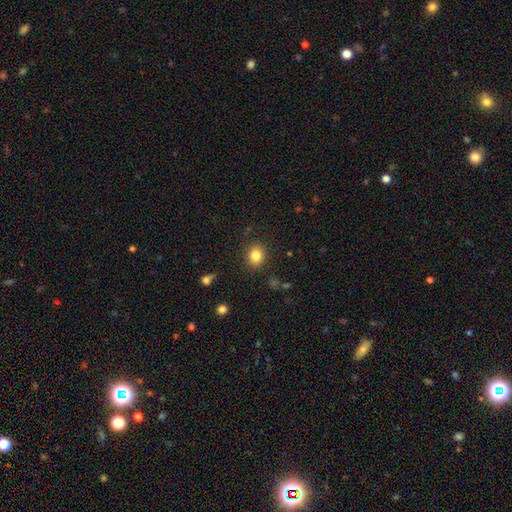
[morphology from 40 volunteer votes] smooth 85%, star or artifact 10%, featured or disk 5%. Down the decision tree: how rounded — round (76%); merging — none (83%).